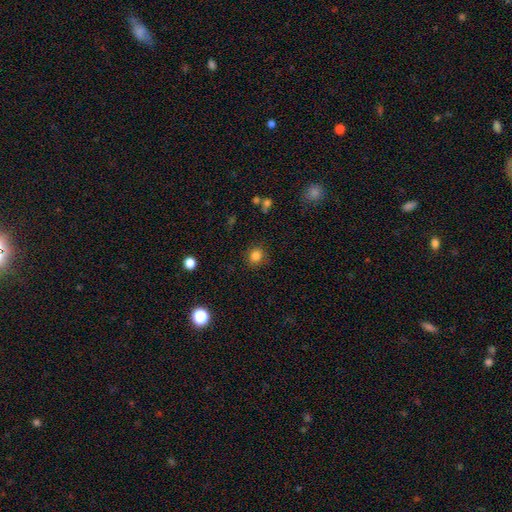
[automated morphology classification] Smooth or featured? Predicted: smooth (p=0.83). How rounded? Predicted: round (p=0.86). Merging? Predicted: none (p=0.87).